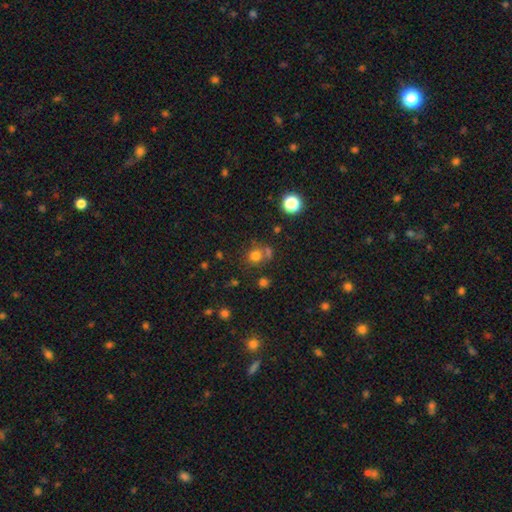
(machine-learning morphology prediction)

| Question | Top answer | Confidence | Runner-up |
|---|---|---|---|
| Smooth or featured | smooth | 73% | star or artifact (19%) |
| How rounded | round | 83% | in between (16%) |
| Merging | none | 61% | merger (22%) |